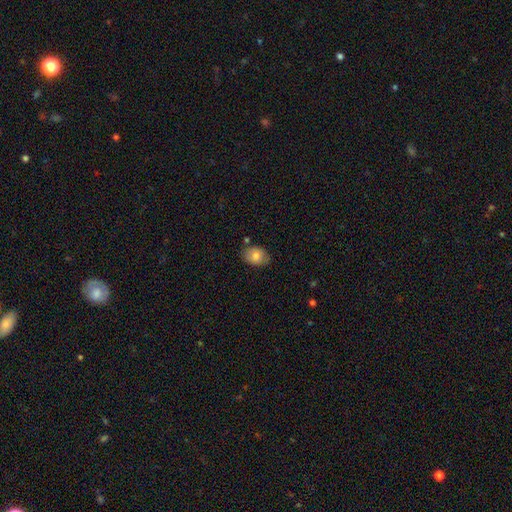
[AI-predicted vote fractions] The model was most divided on "how rounded": in between: 75%, round: 24%, cigar-shaped: 1%. More confident: smooth or featured — smooth (78%); merging — none (77%).